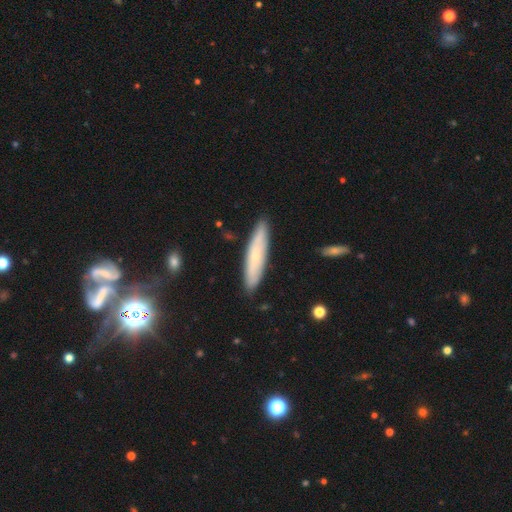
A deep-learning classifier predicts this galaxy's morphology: smooth 56%, featured or disk 37%, star or artifact 7%. Down the decision tree: how rounded — cigar-shaped (83%); merging — none (87%).